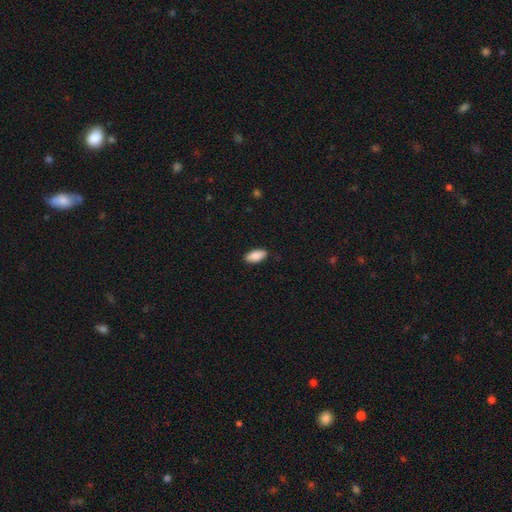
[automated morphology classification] A smooth galaxy with no disk features (88%) that is in between round and cigar-shaped (90%).

Vote fractions:
- Smooth or featured? smooth: 88% / star or artifact: 6% / featured or disk: 6%
- How rounded? in between: 90% / cigar-shaped: 8% / round: 2%
- Merging? none: 88% / minor disturbance: 9% / major disturbance: 2% / merger: 1%